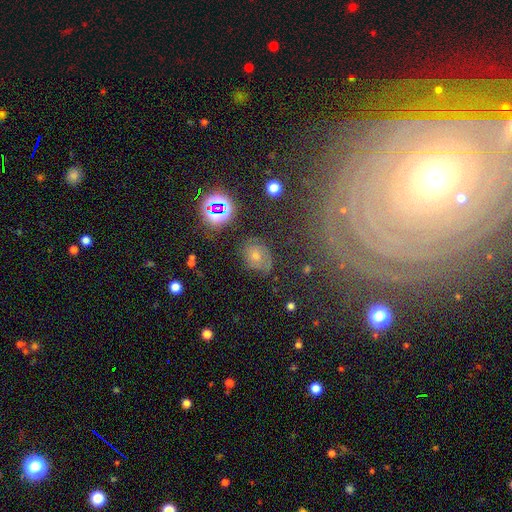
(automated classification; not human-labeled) smooth 40%, featured or disk 37%, star or artifact 22%. Down the decision tree: merging — none (62%).